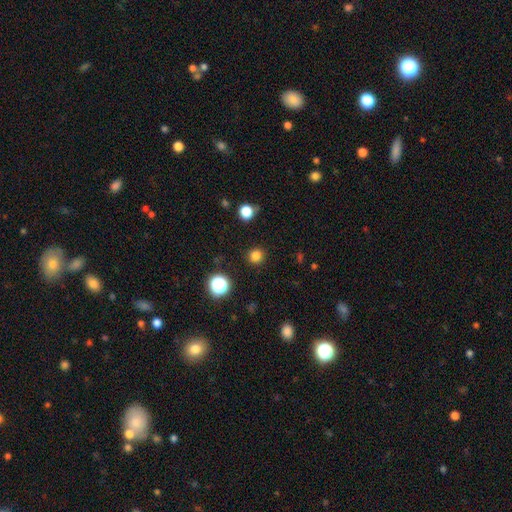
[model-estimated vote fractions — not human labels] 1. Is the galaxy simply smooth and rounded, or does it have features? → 81% smooth, 15% star or artifact, 4% featured or disk.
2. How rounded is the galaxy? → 93% round, 6% in between, 1% cigar-shaped.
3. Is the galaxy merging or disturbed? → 91% none, 6% minor disturbance, 2% major disturbance, 1% merger.